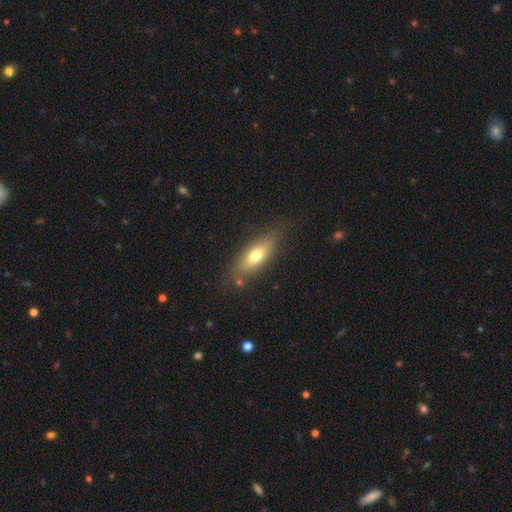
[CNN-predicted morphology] Overall: smooth (67%). How rounded: in between (62%; cigar-shaped 34%). Merging: none (75%).